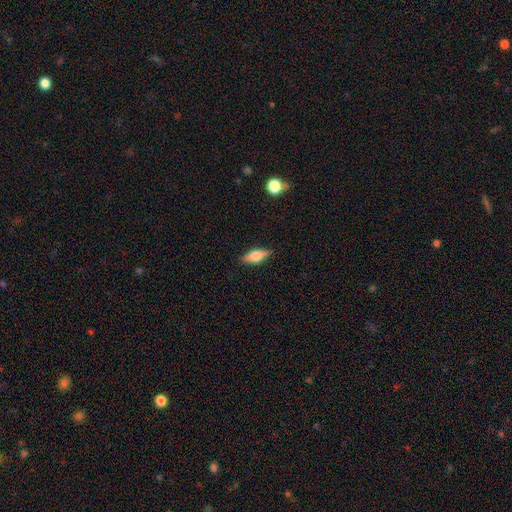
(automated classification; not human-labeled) Smooth or featured? Predicted: smooth (p=0.58). How rounded? Predicted: in between (p=0.71). Merging? Predicted: none (p=0.85).